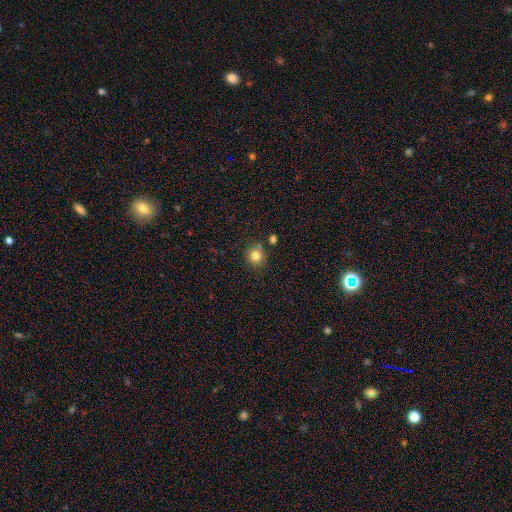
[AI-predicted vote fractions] Smooth or featured? smooth (82%)
How rounded? round (86%)
Merging? none (78%)